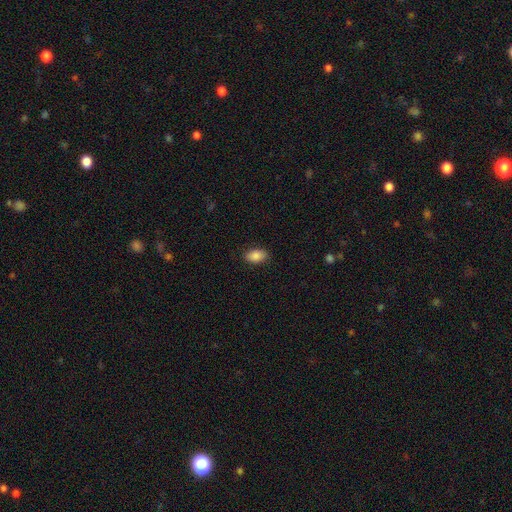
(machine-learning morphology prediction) smooth 87%, star or artifact 8%, featured or disk 5%. Down the decision tree: how rounded — in between (91%); merging — none (87%).